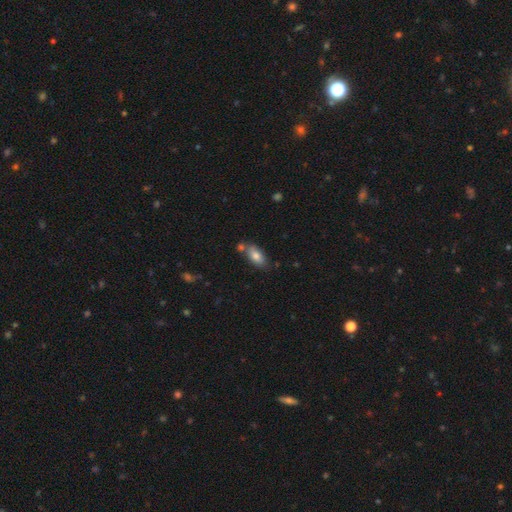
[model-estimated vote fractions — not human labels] Smooth or featured? Predicted: smooth (p=0.78). How rounded? Predicted: in between (p=0.87). Merging? Predicted: none (p=0.62).